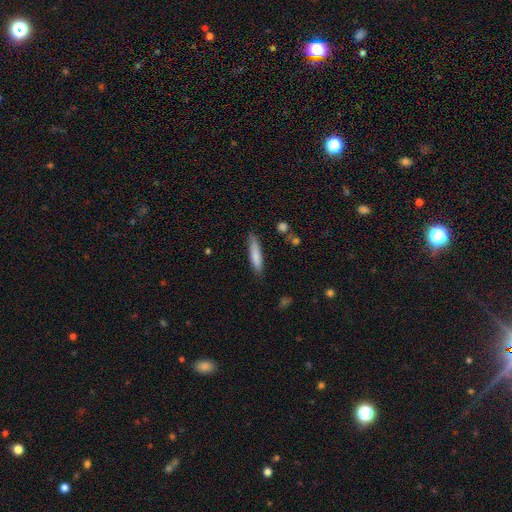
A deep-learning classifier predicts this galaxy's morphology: type=smooth (79%); roundness=cigar-shaped (84%); merging=none (79%).